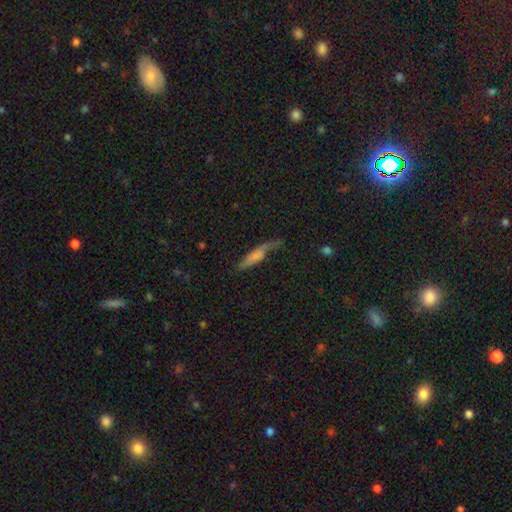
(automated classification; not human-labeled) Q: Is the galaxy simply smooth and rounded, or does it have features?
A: smooth — 58%.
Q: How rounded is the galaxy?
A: cigar-shaped — 73%.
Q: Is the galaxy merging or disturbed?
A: none — 39%.